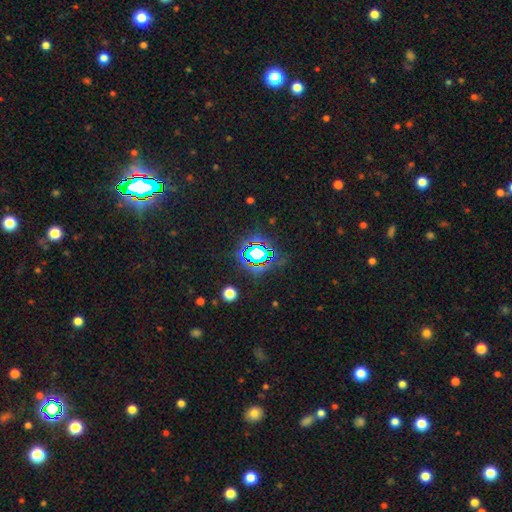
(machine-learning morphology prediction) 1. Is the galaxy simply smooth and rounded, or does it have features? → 70% star or artifact, 17% smooth, 12% featured or disk.